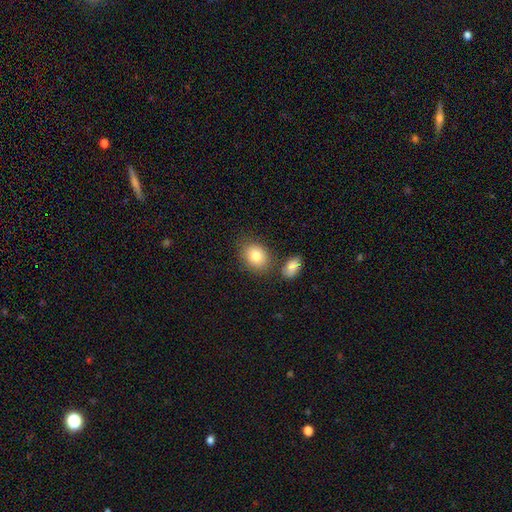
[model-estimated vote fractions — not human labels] This is clearly a smooth galaxy (82%). How rounded: possibly in between (56%). Merging: likely none (72%).